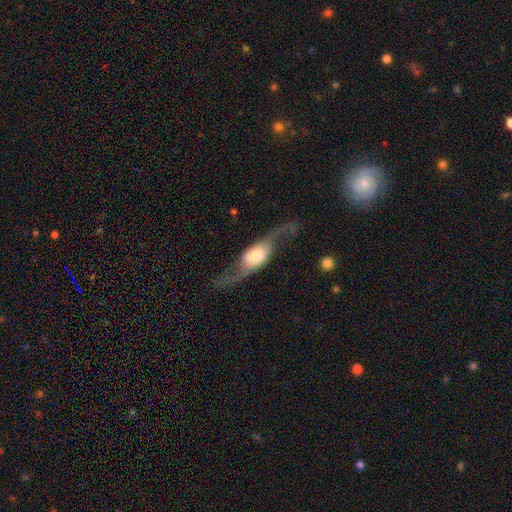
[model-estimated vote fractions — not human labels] Smooth or featured? featured or disk (74%)
Edge-on disk? no (71%)
Bar? no (61%)
Spiral arms? yes (90%)
Bulge size? large (36%)
Merging? none (58%)